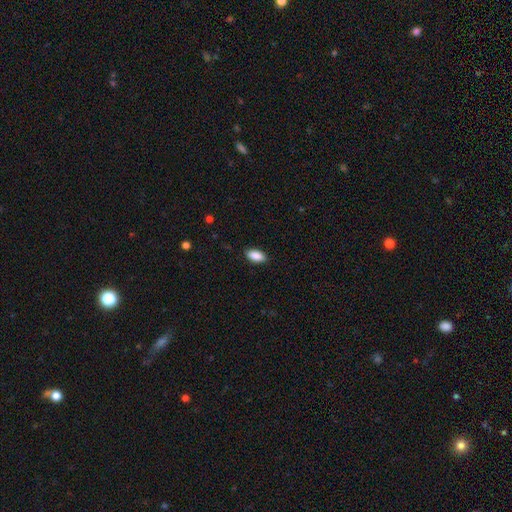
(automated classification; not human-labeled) smooth 89%, star or artifact 7%, featured or disk 4%. Down the decision tree: how rounded — in between (91%); merging — none (89%).